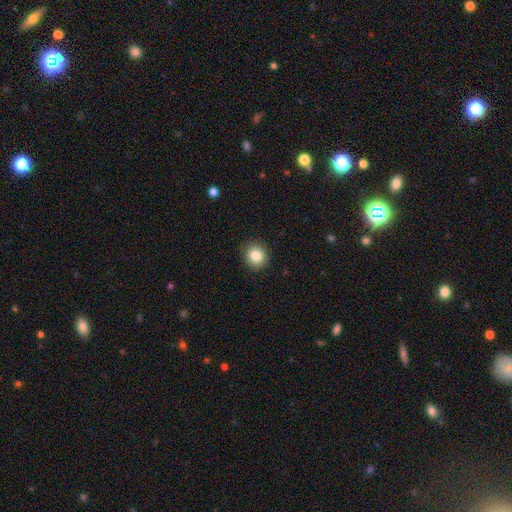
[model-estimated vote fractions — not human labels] This appears to be a smooth galaxy with no disk features (84%) that is round (84%). Merging: none (89%).